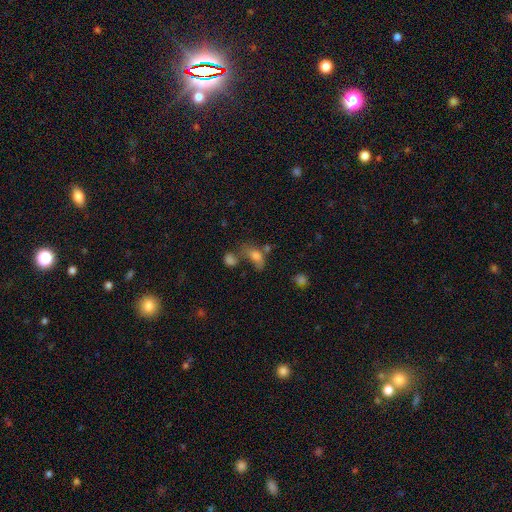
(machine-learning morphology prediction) smooth_or_featured: smooth (p=0.69) [alt: featured or disk p=0.18]
how_rounded: in between (p=0.80) [alt: round p=0.15]
merging: merger (p=0.36) [alt: none p=0.27]